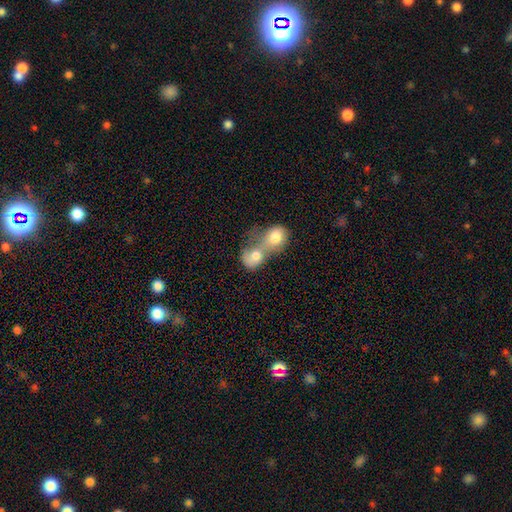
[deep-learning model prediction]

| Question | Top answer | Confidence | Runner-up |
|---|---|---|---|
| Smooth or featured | smooth | 73% | featured or disk (20%) |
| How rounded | round | 51% | in between (47%) |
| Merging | merger | 84% | none (8%) |